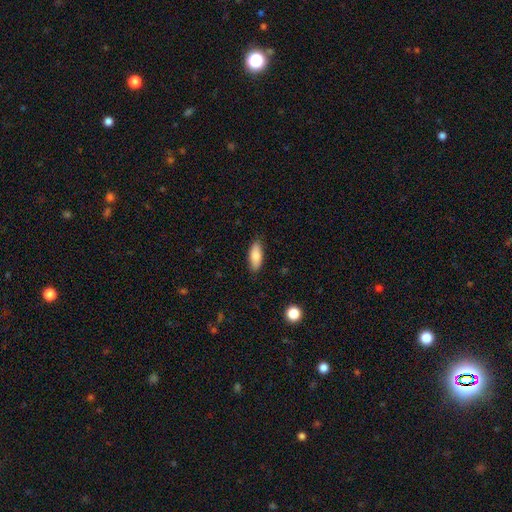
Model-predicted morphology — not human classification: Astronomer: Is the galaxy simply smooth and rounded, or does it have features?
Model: smooth — 83%.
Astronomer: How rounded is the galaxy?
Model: in between — 75%.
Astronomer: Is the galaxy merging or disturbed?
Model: none — 86%.